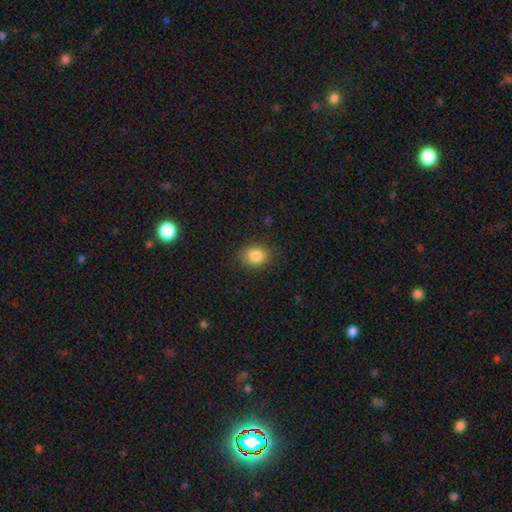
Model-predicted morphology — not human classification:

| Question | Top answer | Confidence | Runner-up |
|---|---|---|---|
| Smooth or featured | smooth | 85% | star or artifact (10%) |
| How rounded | round | 56% | in between (43%) |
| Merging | none | 86% | minor disturbance (10%) |